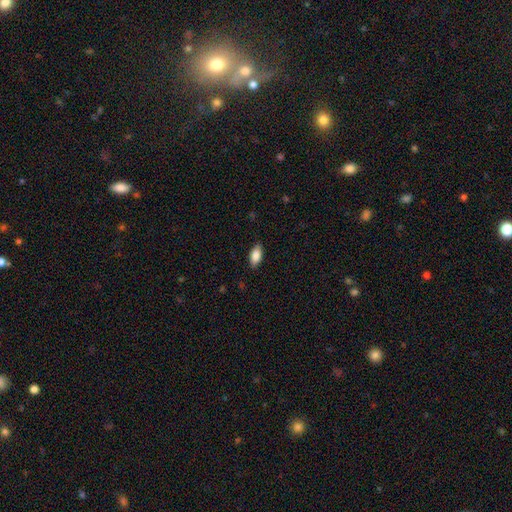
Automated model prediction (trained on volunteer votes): smooth 86%, featured or disk 8%, star or artifact 7%. Down the decision tree: how rounded — in between (89%); merging — none (87%).